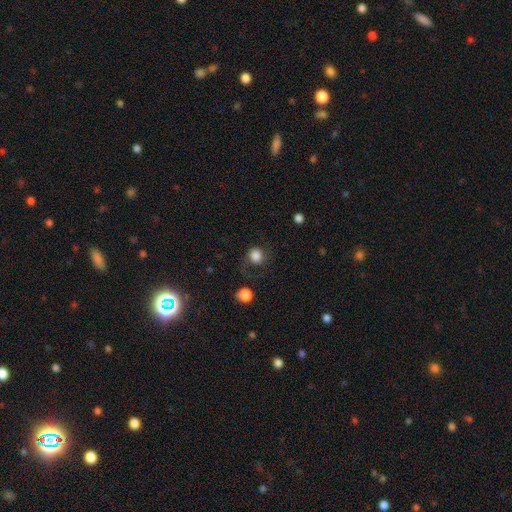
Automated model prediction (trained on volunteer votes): smooth_or_featured: smooth (p=0.78) [alt: featured or disk p=0.13]
how_rounded: round (p=0.82) [alt: in between p=0.17]
merging: none (p=0.54) [alt: major disturbance p=0.23]